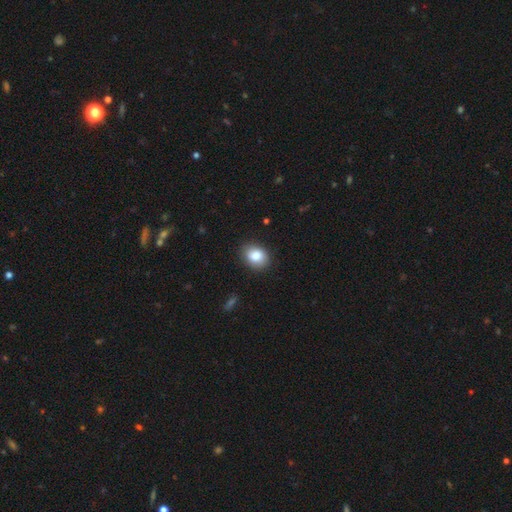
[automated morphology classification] Smooth or featured? Predicted: smooth (p=0.83). How rounded? Predicted: in between (p=0.62). Merging? Predicted: none (p=0.86).